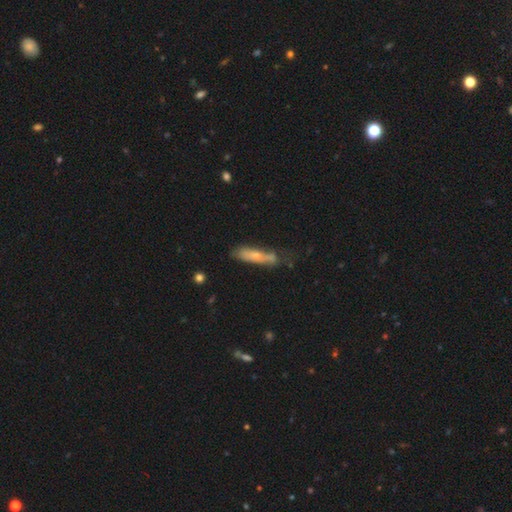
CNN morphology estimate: Smooth or featured? Predicted: smooth (p=0.62). How rounded? Predicted: cigar-shaped (p=0.78). Merging? Predicted: none (p=0.52).